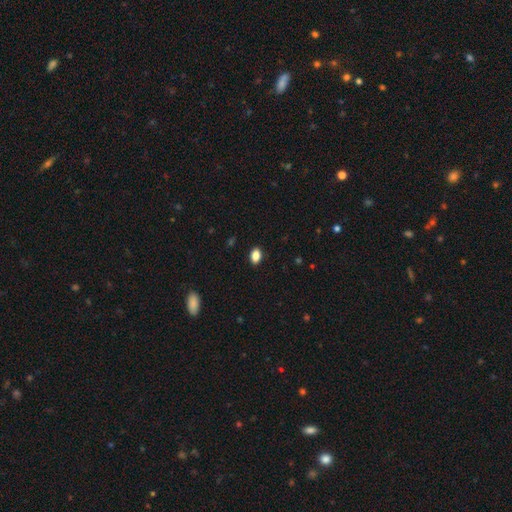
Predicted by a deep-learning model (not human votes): smooth-or-featured: smooth: 87% | star or artifact: 9% | featured or disk: 4%
  how-rounded: in between: 85% | round: 13% | cigar-shaped: 2%
  merging: none: 89% | minor disturbance: 8% | major disturbance: 2% | merger: 1%